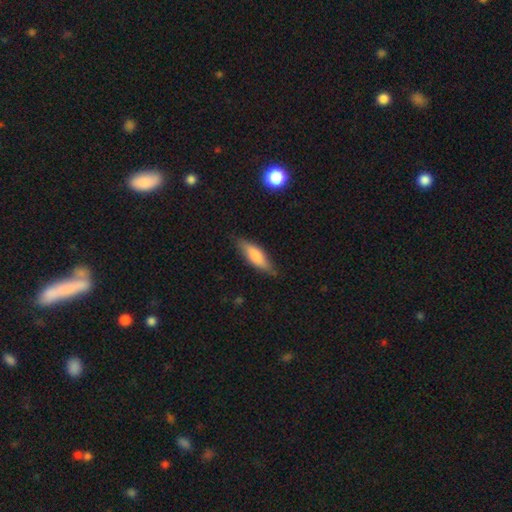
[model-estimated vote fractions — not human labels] Smooth or featured? Predicted: smooth (p=0.75). How rounded? Predicted: in between (p=0.49, tied with cigar-shaped). Merging? Predicted: none (p=0.76).